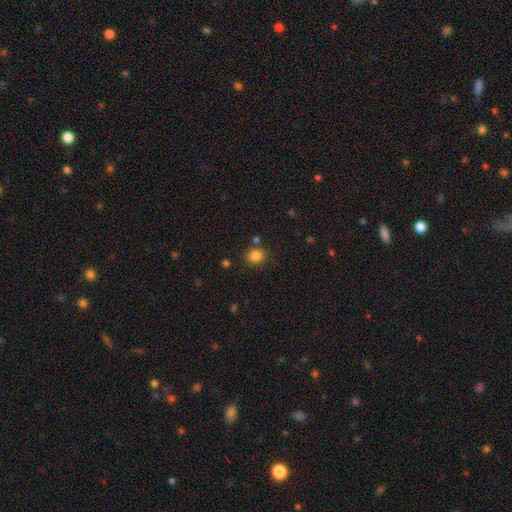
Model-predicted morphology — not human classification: Smooth or featured? smooth (83%)
How rounded? round (75%)
Merging? none (80%)